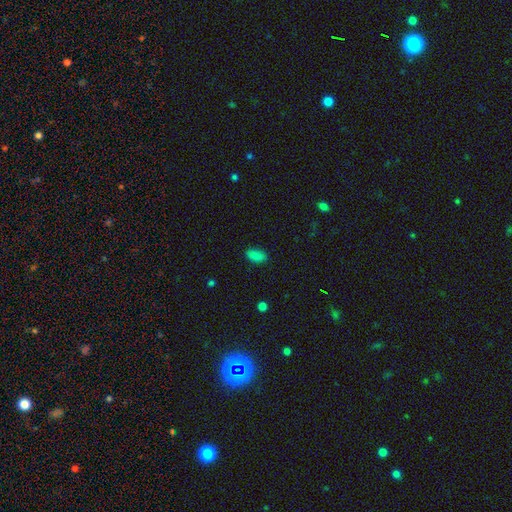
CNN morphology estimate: type=smooth (85%); roundness=in between (93%); merging=none (87%).